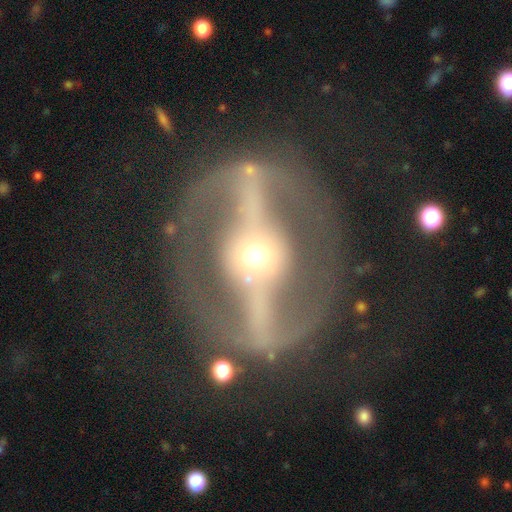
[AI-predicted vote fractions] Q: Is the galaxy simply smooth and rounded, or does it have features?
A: featured or disk — 84%.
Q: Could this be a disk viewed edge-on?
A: no — 87%.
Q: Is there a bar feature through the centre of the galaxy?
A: strong — 74%.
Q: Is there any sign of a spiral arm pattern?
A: no — 55%.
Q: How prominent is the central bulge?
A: moderate — 48%.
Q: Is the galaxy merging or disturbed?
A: none — 71%.